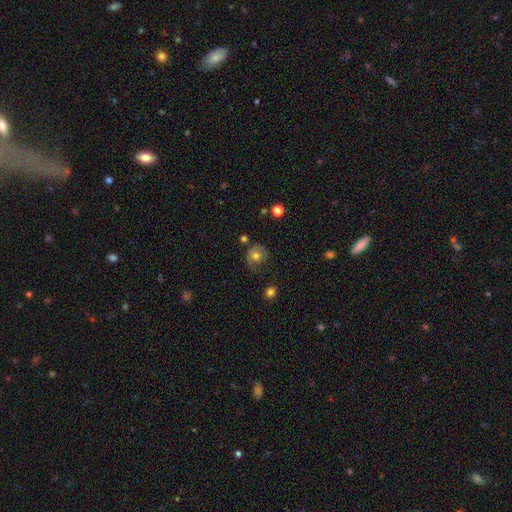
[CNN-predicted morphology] Overall: smooth (59%; featured or disk 32%). How rounded: round (80%). Merging: none (56%; minor disturbance 27%).